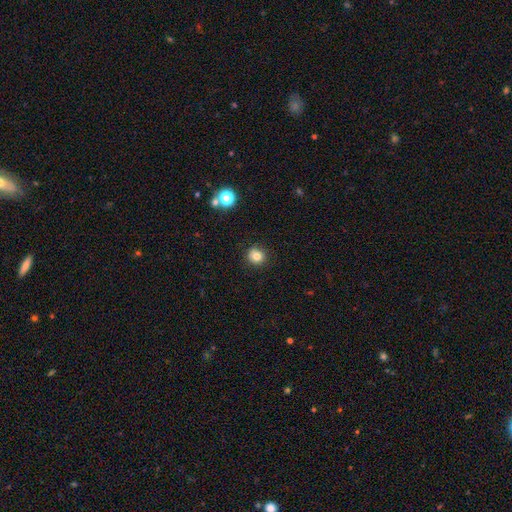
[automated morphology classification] This appears to be a smooth galaxy with no disk features (80%) that is round (88%). Merging: none (86%).